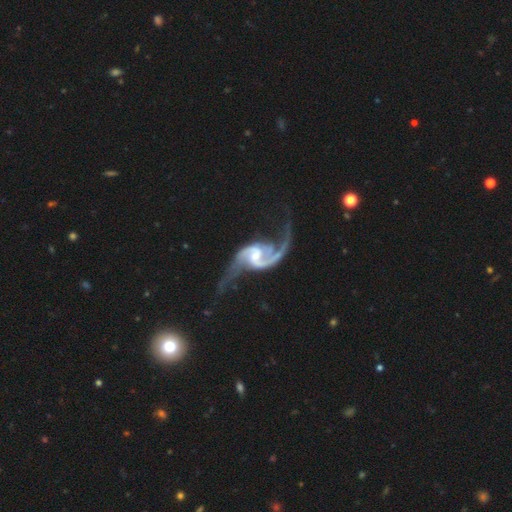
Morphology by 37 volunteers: A featured or disk galaxy (95%) with no bar (46%), 2 (94%) loose (59%) spiral arms (97%) and a small central bulge (71%).

Vote fractions:
- Smooth or featured? featured or disk: 95% / smooth: 5% / star or artifact: 0%
- Edge-on disk? no: 100% / yes: 0%
- Bar? no: 46% / weak: 43% / strong: 11%
- Spiral arms? yes: 97% / no: 3%
- Spiral winding? loose: 59% / medium: 38% / tight: 3%
- Spiral arm count? 2: 94% / 3: 6% / 1: 0% / 4: 0% / more than 4: 0% / can't tell: 0%
- Bulge size? small: 71% / moderate: 23% / large: 3% / none: 3% / dominant: 0%
- Merging? none: 49% / major disturbance: 30% / minor disturbance: 16% / merger: 5%